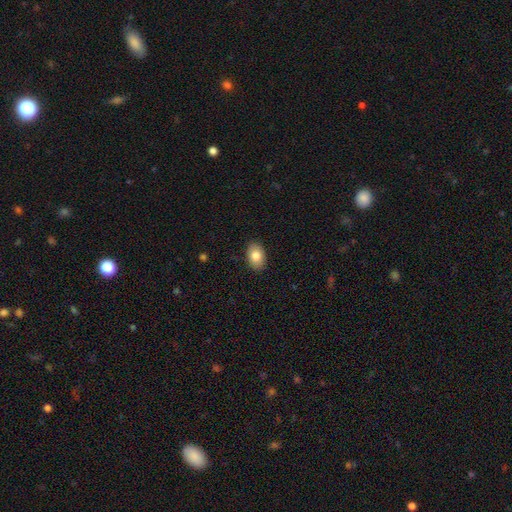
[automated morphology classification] Smooth or featured: smooth — 83% (featured or disk — 10%)
How rounded: in between — 87% (round — 12%)
Merging: none — 89% (minor disturbance — 8%)